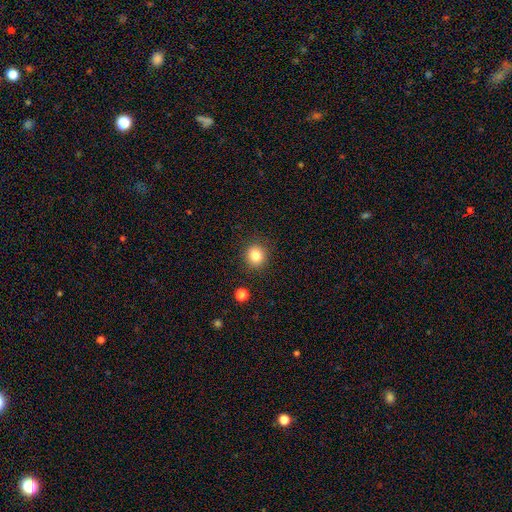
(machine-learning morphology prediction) This appears to be a smooth galaxy with no disk features (83%) that is round (86%). Merging: none (89%).